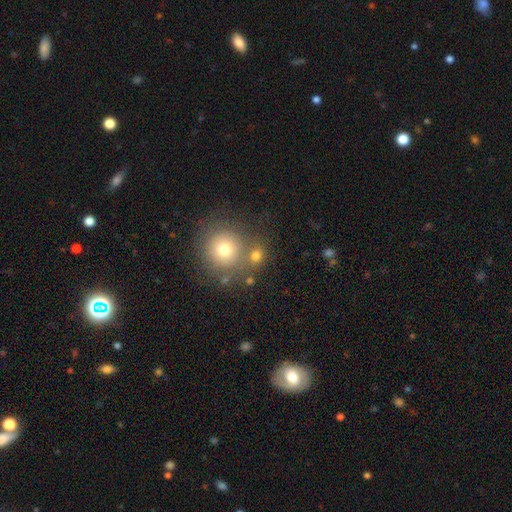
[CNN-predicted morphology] Smooth or featured: smooth — 74% (star or artifact — 15%)
How rounded: round — 85% (in between — 14%)
Merging: none — 61% (merger — 26%)